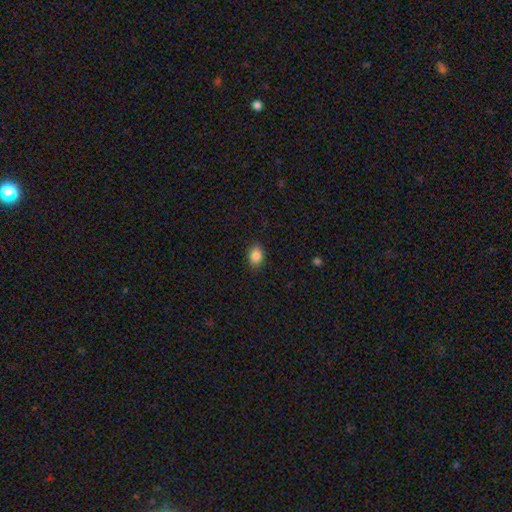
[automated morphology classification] Overall: smooth (86%). How rounded: in between (72%). Merging: none (87%).